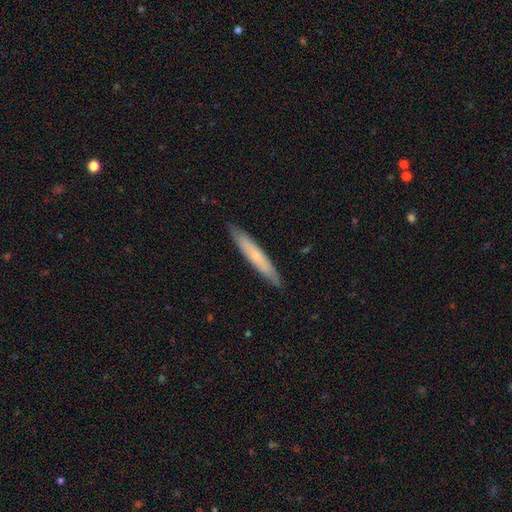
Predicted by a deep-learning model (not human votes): Smooth or featured? Predicted: smooth (p=0.56). How rounded? Predicted: cigar-shaped (p=0.94). Merging? Predicted: none (p=0.89).